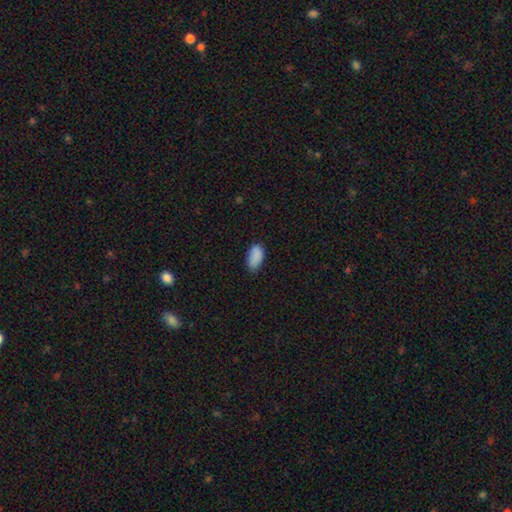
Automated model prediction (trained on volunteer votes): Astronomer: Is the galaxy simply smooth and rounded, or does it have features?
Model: smooth — 88%.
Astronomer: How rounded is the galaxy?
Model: in between — 93%.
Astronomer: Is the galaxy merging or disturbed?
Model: none — 71%.